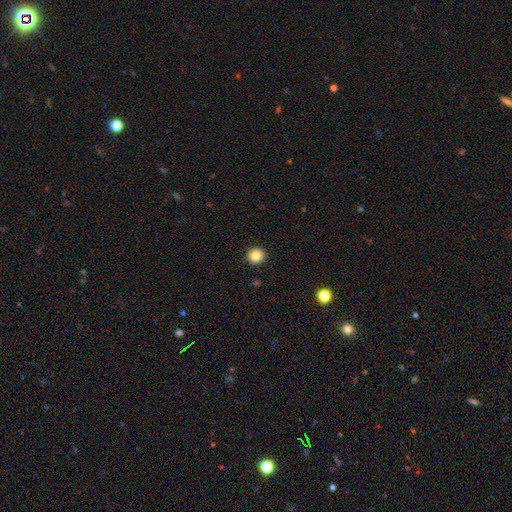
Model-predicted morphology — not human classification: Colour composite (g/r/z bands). It shows a smooth galaxy with no disk features (86%) that is round (92%). Merging: none (93%).